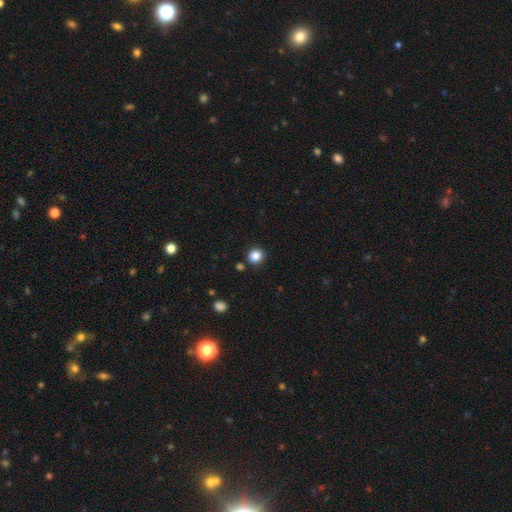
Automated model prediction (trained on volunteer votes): Overall: smooth (85%). How rounded: round (90%). Merging: none (89%).